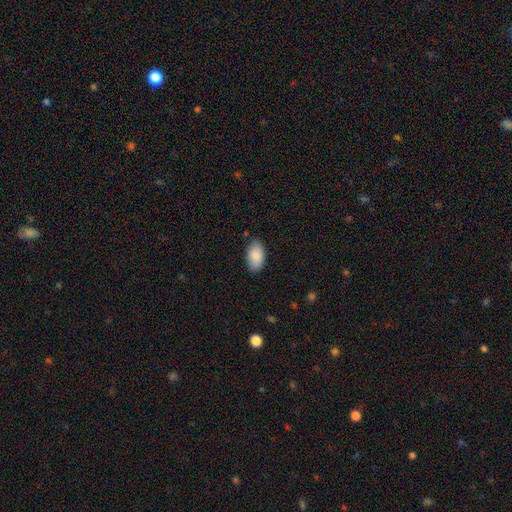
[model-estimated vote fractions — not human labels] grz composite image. It shows a smooth galaxy with no disk features (89%) that is in between round and cigar-shaped (95%). Merging: none (83%).